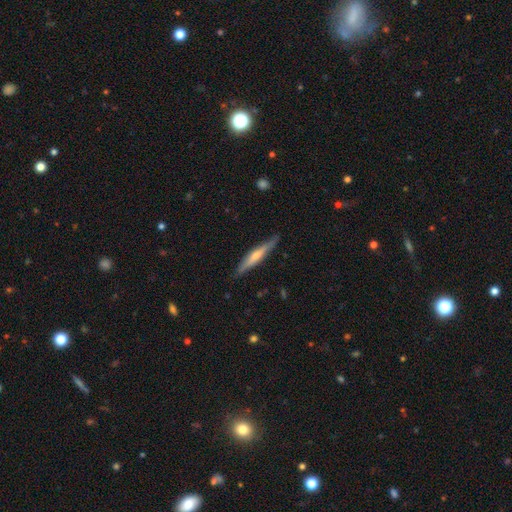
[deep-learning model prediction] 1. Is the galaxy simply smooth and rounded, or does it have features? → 61% featured or disk, 33% smooth, 5% star or artifact.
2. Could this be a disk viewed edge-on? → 96% yes, 4% no.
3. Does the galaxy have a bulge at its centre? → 70% rounded, 20% none, 10% boxy.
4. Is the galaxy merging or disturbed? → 86% none, 11% minor disturbance, 2% major disturbance, 1% merger.